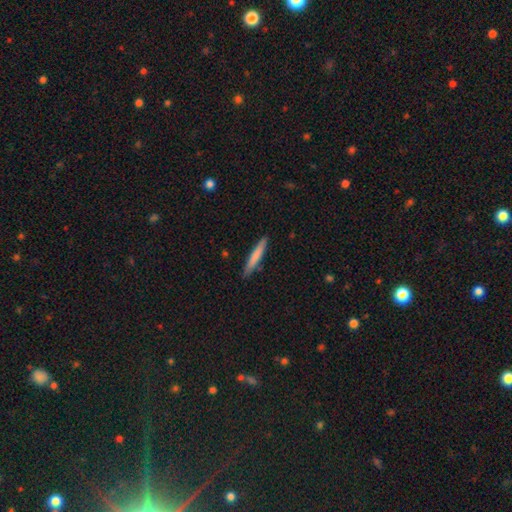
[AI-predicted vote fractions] This appears to be a smooth galaxy with no disk features (74%) that is cigar-shaped (95%). Merging: none (88%).